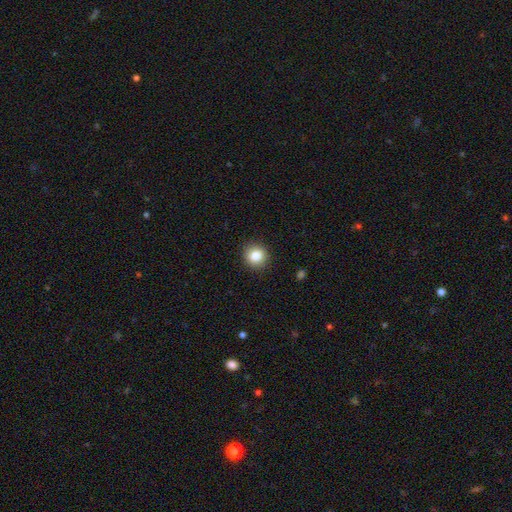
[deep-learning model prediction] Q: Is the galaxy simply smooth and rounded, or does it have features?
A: smooth — 83%.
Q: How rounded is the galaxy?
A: round — 90%.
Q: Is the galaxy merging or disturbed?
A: none — 92%.